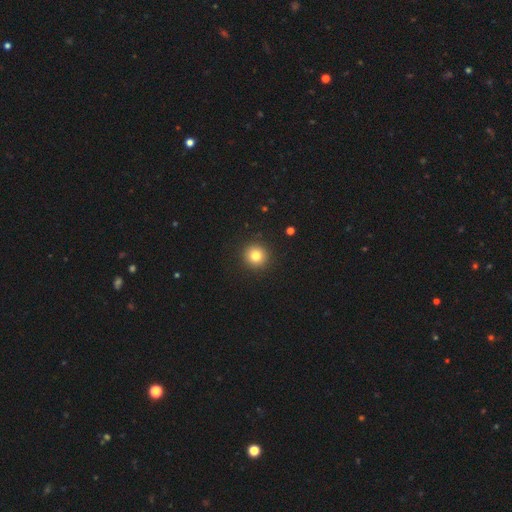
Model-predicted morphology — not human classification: smooth_or_featured: smooth (p=0.80) [alt: star or artifact p=0.12]
how_rounded: round (p=0.94) [alt: in between p=0.05]
merging: none (p=0.92) [alt: minor disturbance p=0.05]